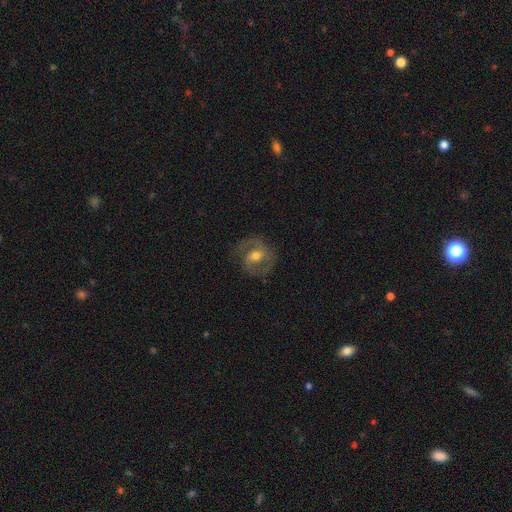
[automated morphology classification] This appears to be a featured or disk galaxy (75%) with a weak bar (44%), 2 (81%) medium (52%) spiral arms (88%) and a moderate central bulge (70%). Merging: none (72%).